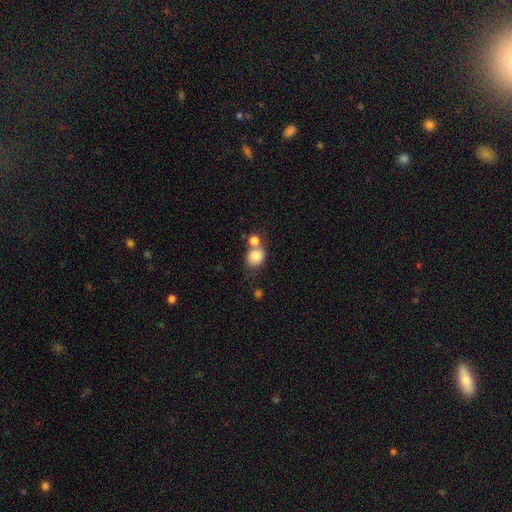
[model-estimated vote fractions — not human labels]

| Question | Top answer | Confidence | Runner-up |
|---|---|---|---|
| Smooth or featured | smooth | 81% | star or artifact (10%) |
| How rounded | round | 69% | in between (30%) |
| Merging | none | 47% | merger (39%) |